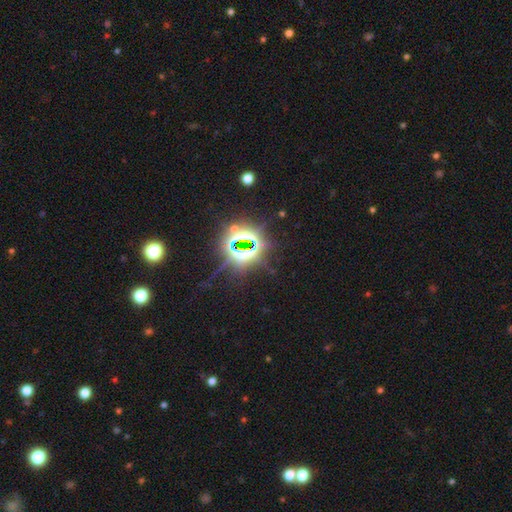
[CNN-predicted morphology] Overall: star or artifact (84%).